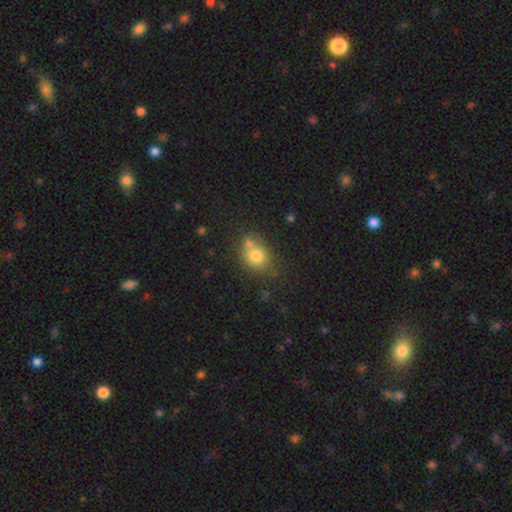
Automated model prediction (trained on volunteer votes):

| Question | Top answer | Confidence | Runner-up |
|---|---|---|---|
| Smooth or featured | smooth | 75% | featured or disk (13%) |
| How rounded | round | 63% | in between (36%) |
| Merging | none | 49% | merger (33%) |